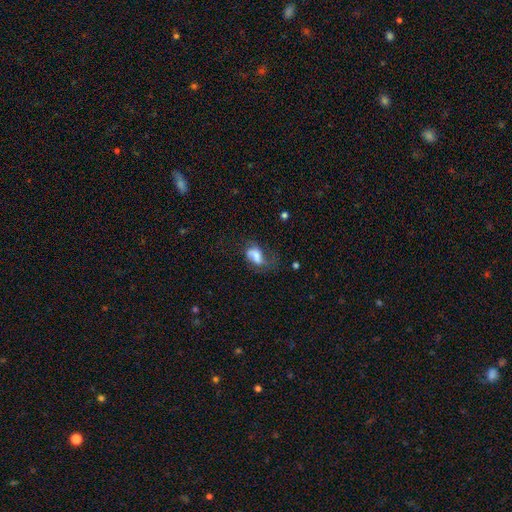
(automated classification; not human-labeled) smooth_or_featured: smooth (p=0.50) [alt: featured or disk p=0.40]
merging: major disturbance (p=0.38) [alt: none p=0.32]